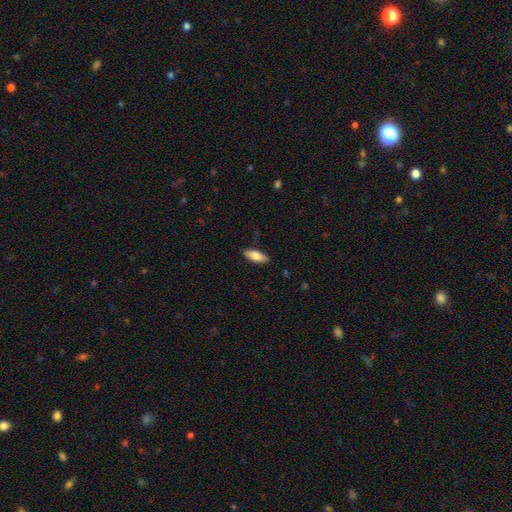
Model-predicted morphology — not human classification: Smooth or featured? Predicted: smooth (p=0.80). How rounded? Predicted: in between (p=0.75). Merging? Predicted: none (p=0.86).